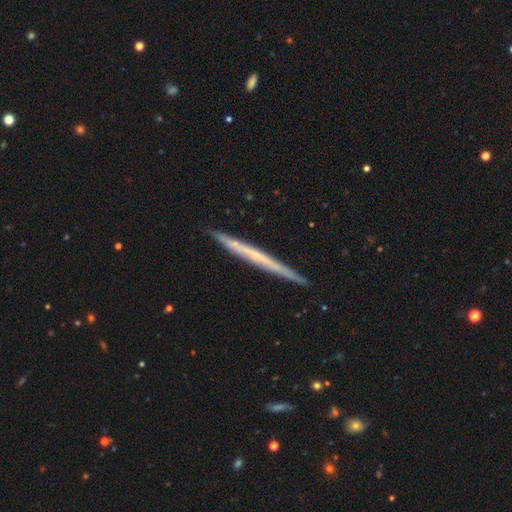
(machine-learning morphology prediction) This appears to be a featured or disk galaxy (63%) viewed edge-on (97%) with no central bulge (78%). Merging: none (90%).